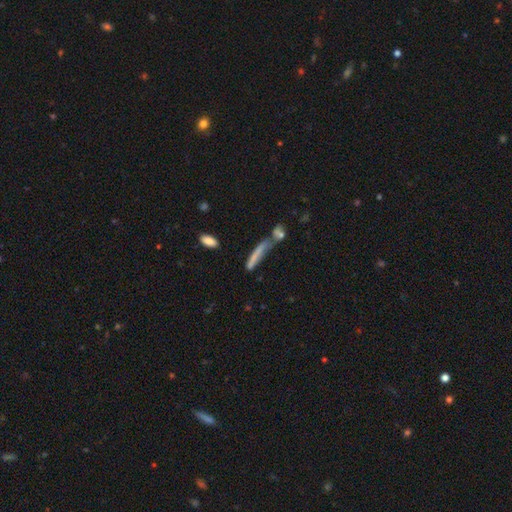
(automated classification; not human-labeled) Q: Smooth or featured?
A: smooth (63%); runner-up: featured or disk (27%)
Q: How rounded?
A: cigar-shaped (88%); runner-up: in between (10%)
Q: Merging?
A: none (40%); runner-up: merger (32%)